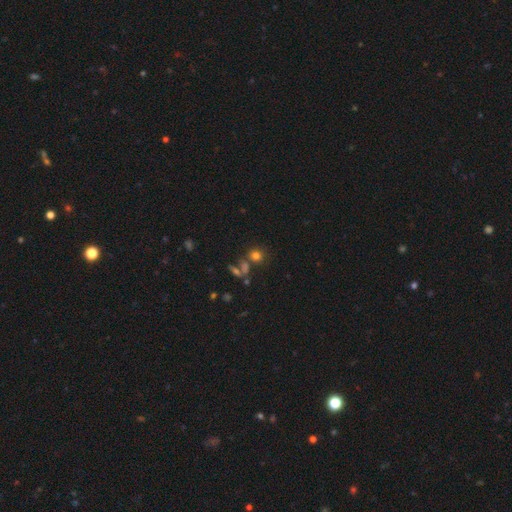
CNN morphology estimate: This is likely a smooth galaxy (73%). How rounded: clearly round (80%). Merging: likely none (66%).